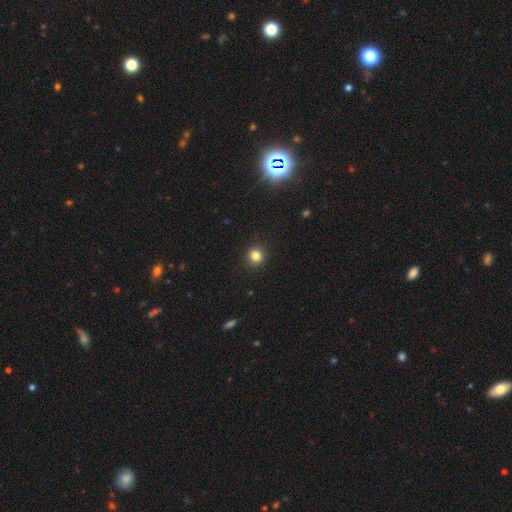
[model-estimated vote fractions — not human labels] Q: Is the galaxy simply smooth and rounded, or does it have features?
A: smooth — 82%.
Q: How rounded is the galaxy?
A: round — 89%.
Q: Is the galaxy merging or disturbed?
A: none — 91%.